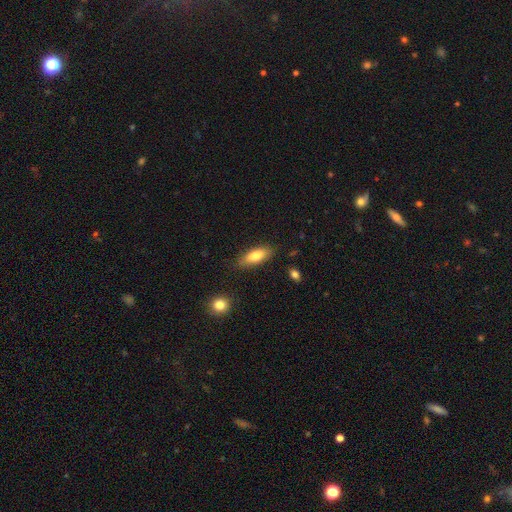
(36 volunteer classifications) This appears to be a smooth galaxy with no disk features (75%) that is in between round and cigar-shaped (78%). Merging: none (82%).